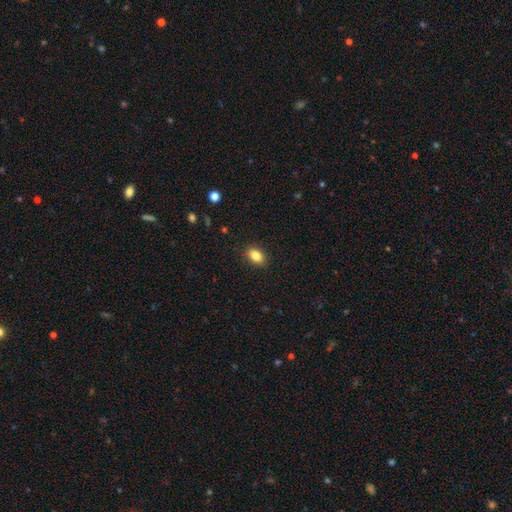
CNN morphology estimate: Smooth or featured?
  - smooth: 85% *
  - star or artifact: 9%
  - featured or disk: 6%
How rounded?
  - in between: 84% *
  - round: 14%
  - cigar-shaped: 2%
Merging?
  - none: 89% *
  - minor disturbance: 8%
  - major disturbance: 2%
  - merger: 1%